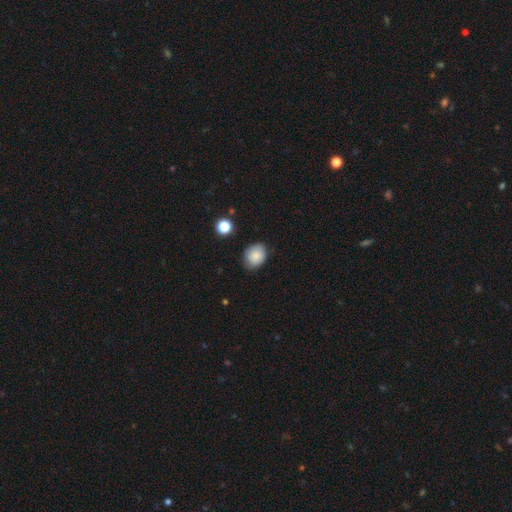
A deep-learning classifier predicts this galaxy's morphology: Overall: smooth (84%). How rounded: round (50%; in between 49%). Merging: none (77%).